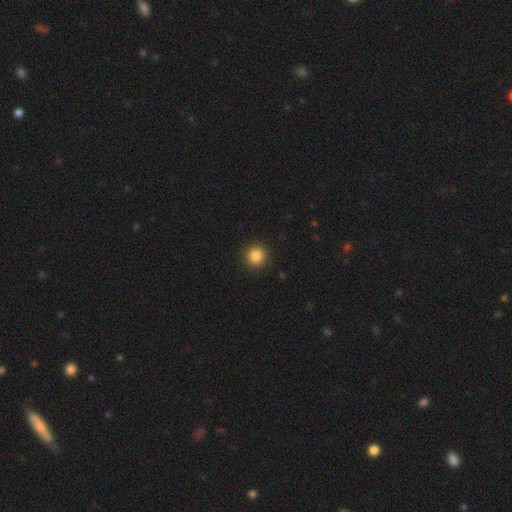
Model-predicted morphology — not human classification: Smooth or featured? Predicted: smooth (p=0.86). How rounded? Predicted: round (p=0.94). Merging? Predicted: none (p=0.92).